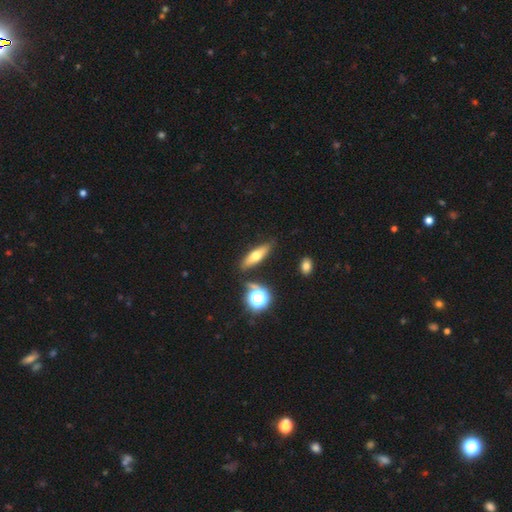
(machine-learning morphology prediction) A smooth galaxy with no disk features (54%) that is cigar-shaped (58%).

Vote fractions:
- Smooth or featured? smooth: 54% / featured or disk: 34% / star or artifact: 12%
- How rounded? cigar-shaped: 58% / in between: 37% / round: 6%
- Merging? none: 81% / minor disturbance: 11% / merger: 4% / major disturbance: 3%